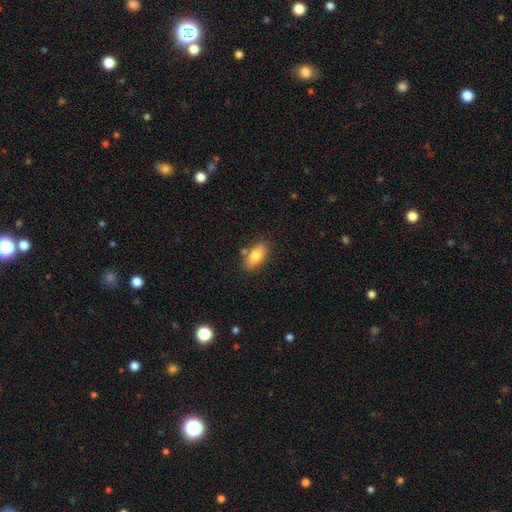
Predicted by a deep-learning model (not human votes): A smooth galaxy with no disk features (79%) that is in between round and cigar-shaped (86%). Merging: none (77%).